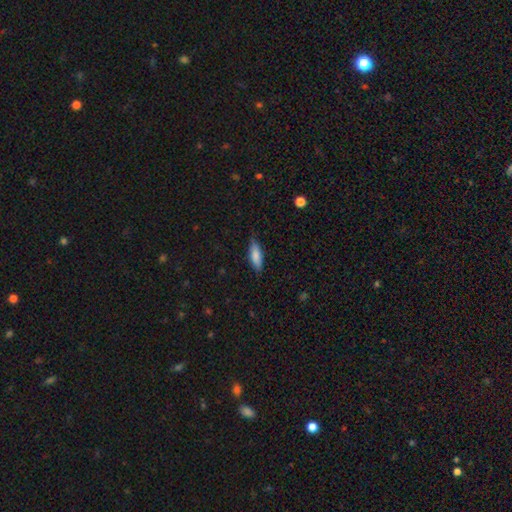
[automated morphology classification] Q: Smooth or featured?
A: smooth (81%); runner-up: featured or disk (13%)
Q: How rounded?
A: in between (59%); runner-up: cigar-shaped (39%)
Q: Merging?
A: none (82%); runner-up: minor disturbance (15%)